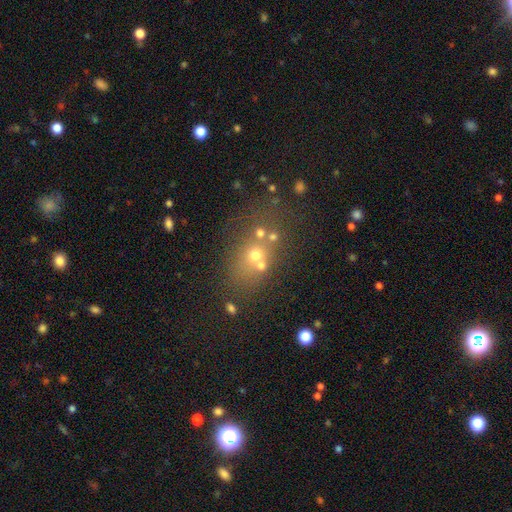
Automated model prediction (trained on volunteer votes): Smooth or featured? Predicted: smooth (p=0.52). How rounded? Predicted: round (p=0.57). Merging? Predicted: none (p=0.49).